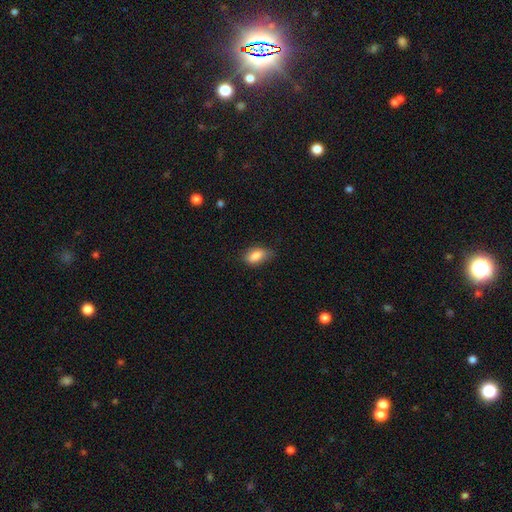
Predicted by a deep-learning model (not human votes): The model was most divided on "merging": none: 68%, minor disturbance: 26%, major disturbance: 5%, merger: 1%. More confident: how rounded — in between (88%); smooth or featured — smooth (84%).